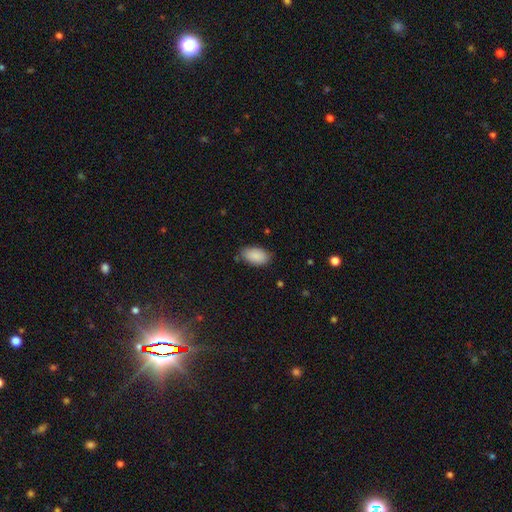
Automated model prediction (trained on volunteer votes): A smooth galaxy with no disk features (89%) that is in between round and cigar-shaped (94%).

Vote fractions:
- Smooth or featured? smooth: 89% / star or artifact: 6% / featured or disk: 4%
- How rounded? in between: 94% / round: 4% / cigar-shaped: 2%
- Merging? none: 80% / minor disturbance: 16% / major disturbance: 3% / merger: 2%